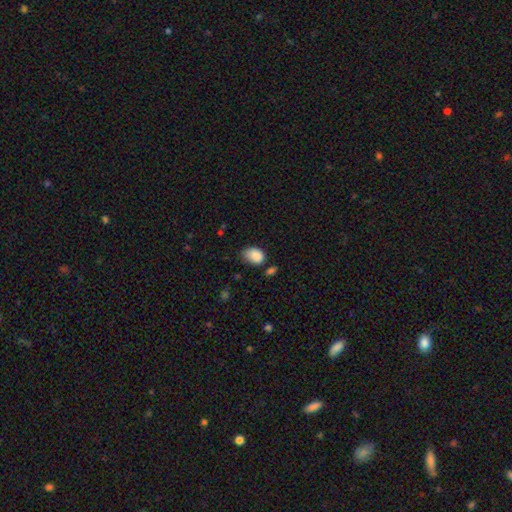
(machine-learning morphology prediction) Smooth or featured?
  - smooth: 86% *
  - star or artifact: 8%
  - featured or disk: 5%
How rounded?
  - in between: 77% *
  - round: 22%
  - cigar-shaped: 1%
Merging?
  - none: 47% *
  - minor disturbance: 38%
  - major disturbance: 9%
  - merger: 5%